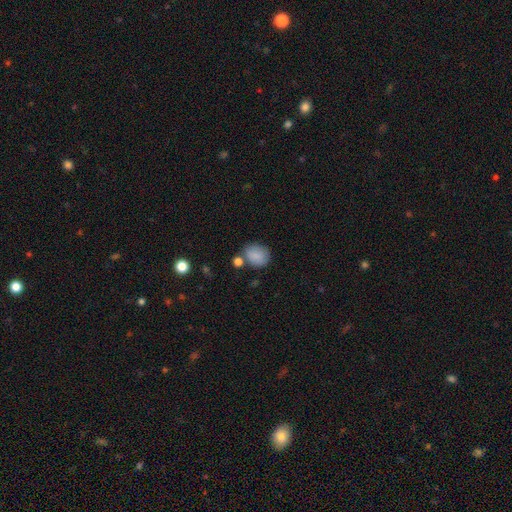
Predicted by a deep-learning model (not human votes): The model was most divided on "how rounded": round: 56%, in between: 43%, cigar-shaped: 1%. More confident: smooth or featured — smooth (85%); merging — none (66%).